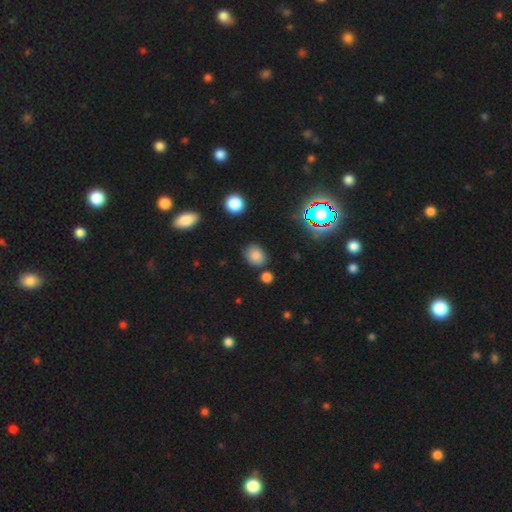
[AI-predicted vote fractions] Overall: smooth (79%). How rounded: round (50%; in between 49%). Merging: none (78%).